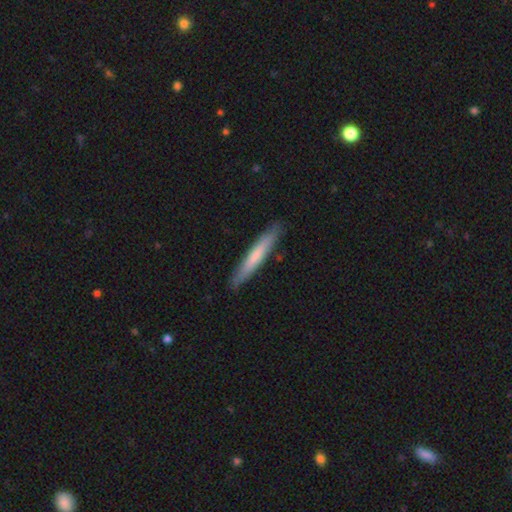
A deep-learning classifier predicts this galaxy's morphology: Q: Smooth or featured?
A: smooth (65%); runner-up: featured or disk (30%)
Q: How rounded?
A: cigar-shaped (95%); runner-up: in between (4%)
Q: Merging?
A: none (89%); runner-up: minor disturbance (8%)